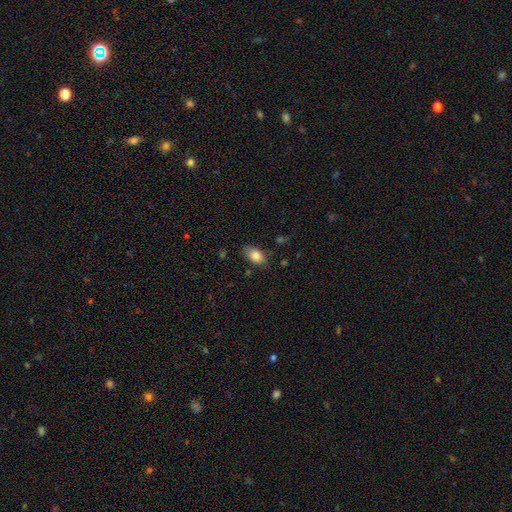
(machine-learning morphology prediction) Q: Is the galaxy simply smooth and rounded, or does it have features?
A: smooth — 84%.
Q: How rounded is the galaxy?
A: in between — 91%.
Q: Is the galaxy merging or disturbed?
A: none — 76%.